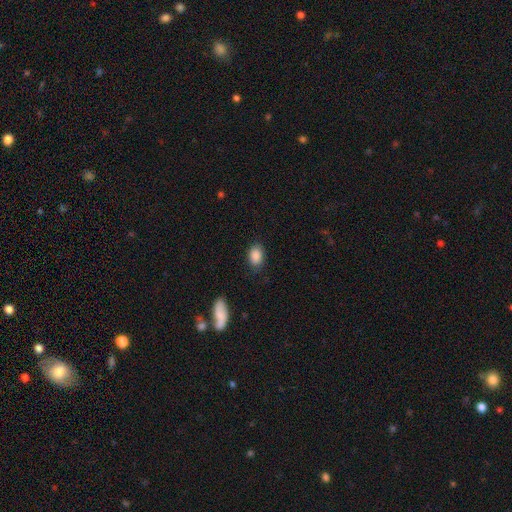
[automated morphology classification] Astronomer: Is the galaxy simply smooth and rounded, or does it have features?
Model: smooth — 87%.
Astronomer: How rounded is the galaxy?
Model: in between — 80%.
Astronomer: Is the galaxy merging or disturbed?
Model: none — 81%.